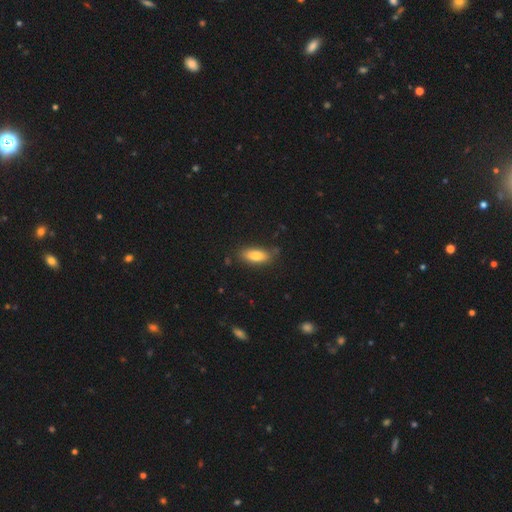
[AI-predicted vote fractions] Smooth or featured? smooth (82%)
How rounded? in between (82%)
Merging? none (78%)